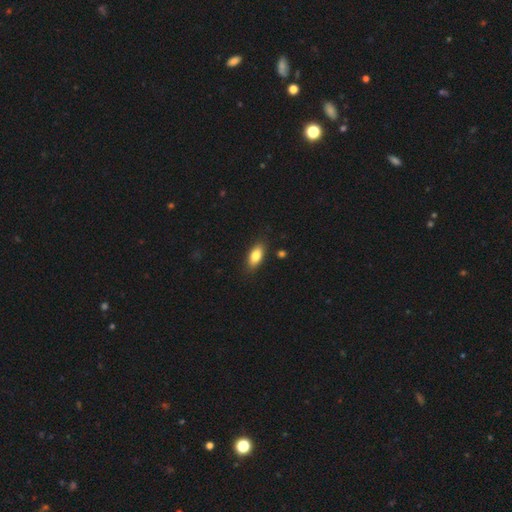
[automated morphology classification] Smooth or featured? smooth (82%)
How rounded? in between (86%)
Merging? none (86%)